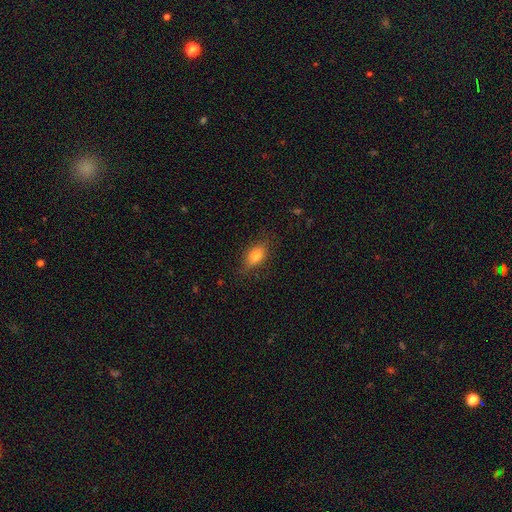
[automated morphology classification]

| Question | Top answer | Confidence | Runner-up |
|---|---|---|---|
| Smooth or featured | smooth | 75% | featured or disk (16%) |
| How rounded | in between | 82% | cigar-shaped (10%) |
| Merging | none | 78% | minor disturbance (17%) |